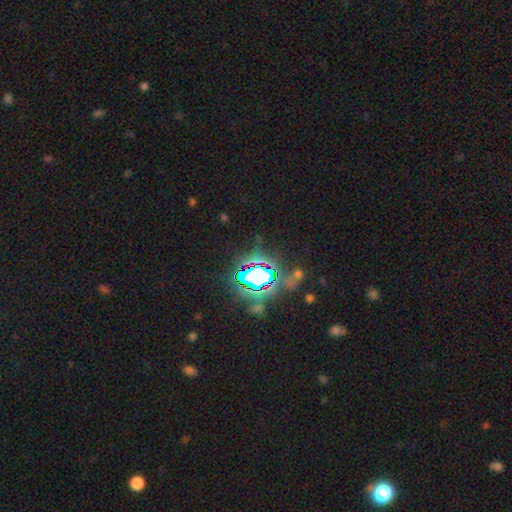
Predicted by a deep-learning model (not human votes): Smooth or featured?
  - star or artifact: 78% *
  - smooth: 13%
  - featured or disk: 9%